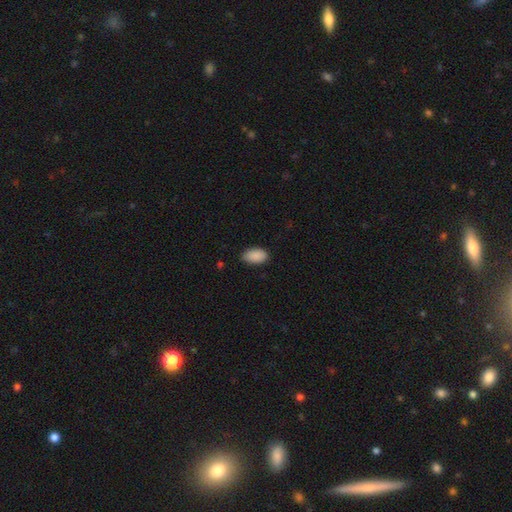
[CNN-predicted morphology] The model was most divided on "merging": none: 81%, minor disturbance: 16%, major disturbance: 3%, merger: 1%. More confident: how rounded — in between (94%); smooth or featured — smooth (90%).